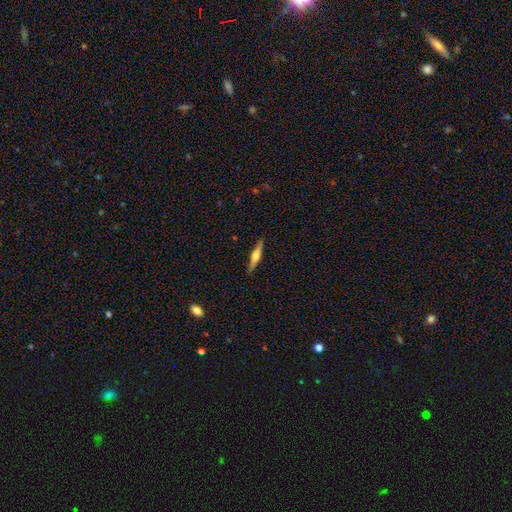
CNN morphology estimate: type=featured or disk (65%); edge-on=yes (97%); edge-on bulge=rounded (86%); merging=none (90%).